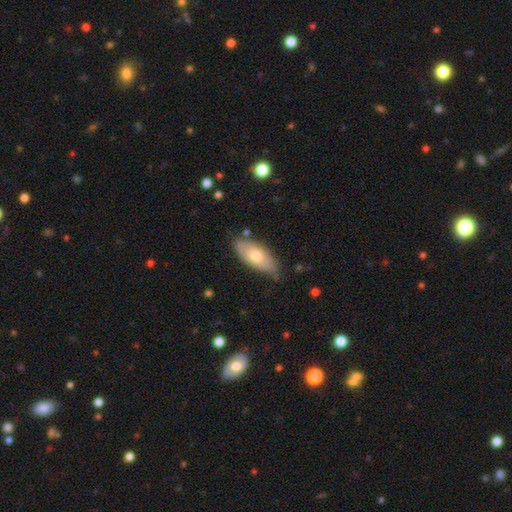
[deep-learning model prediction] A smooth galaxy with no disk features (68%) that is in between round and cigar-shaped (86%).

Vote fractions:
- Smooth or featured? smooth: 68% / featured or disk: 26% / star or artifact: 6%
- How rounded? in between: 86% / cigar-shaped: 11% / round: 3%
- Merging? none: 70% / minor disturbance: 23% / major disturbance: 4% / merger: 3%